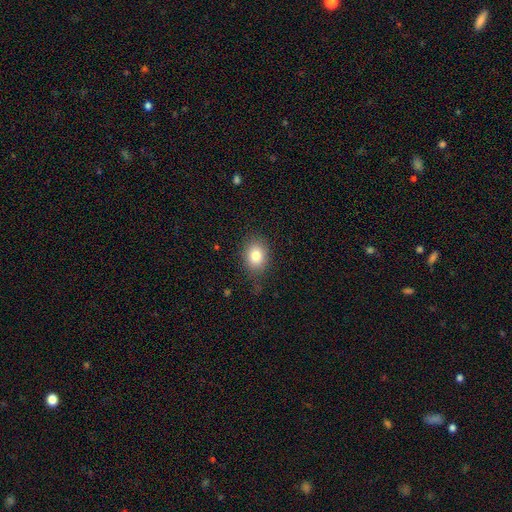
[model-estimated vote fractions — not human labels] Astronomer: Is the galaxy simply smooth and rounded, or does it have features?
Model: smooth — 81%.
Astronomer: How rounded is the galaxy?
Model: in between — 53% (runner-up: round, 46%).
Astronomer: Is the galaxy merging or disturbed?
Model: none — 78%.